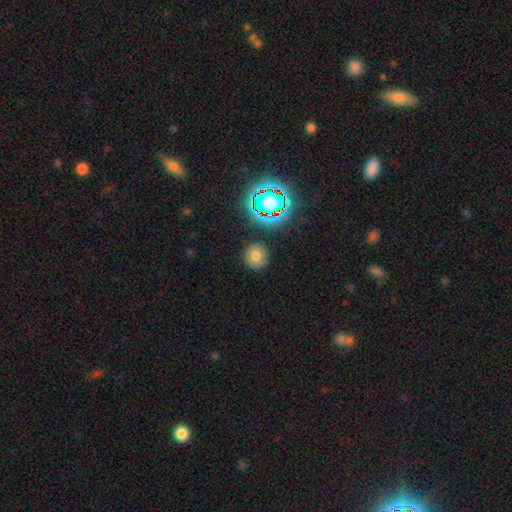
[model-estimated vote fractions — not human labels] A smooth galaxy with no disk features (71%) that is round (91%).

Vote fractions:
- Smooth or featured? smooth: 71% / star or artifact: 19% / featured or disk: 10%
- How rounded? round: 91% / in between: 8% / cigar-shaped: 1%
- Merging? none: 88% / minor disturbance: 8% / major disturbance: 3% / merger: 2%